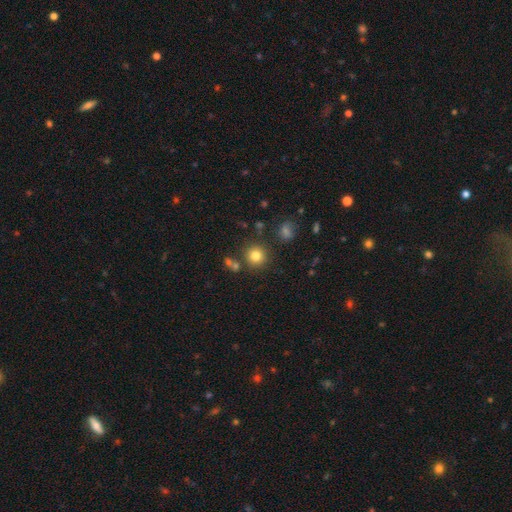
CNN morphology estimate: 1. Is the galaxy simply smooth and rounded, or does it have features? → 80% smooth, 13% star or artifact, 7% featured or disk.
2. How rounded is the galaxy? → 92% round, 7% in between, 1% cigar-shaped.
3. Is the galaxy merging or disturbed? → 82% none, 8% minor disturbance, 7% merger, 3% major disturbance.